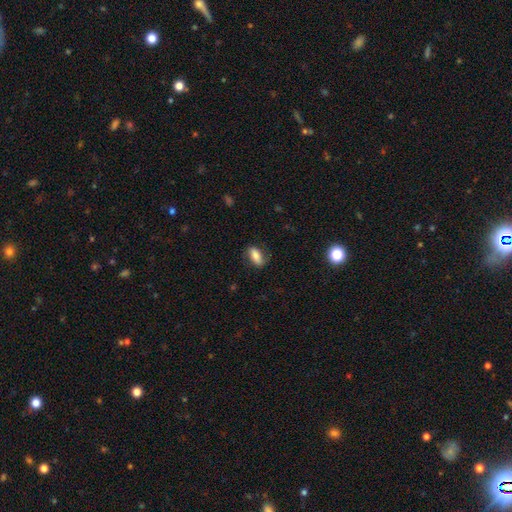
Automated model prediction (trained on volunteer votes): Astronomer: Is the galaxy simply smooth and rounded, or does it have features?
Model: smooth — 72%.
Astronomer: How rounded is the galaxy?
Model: in between — 82%.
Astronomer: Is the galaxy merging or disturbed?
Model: none — 74%.